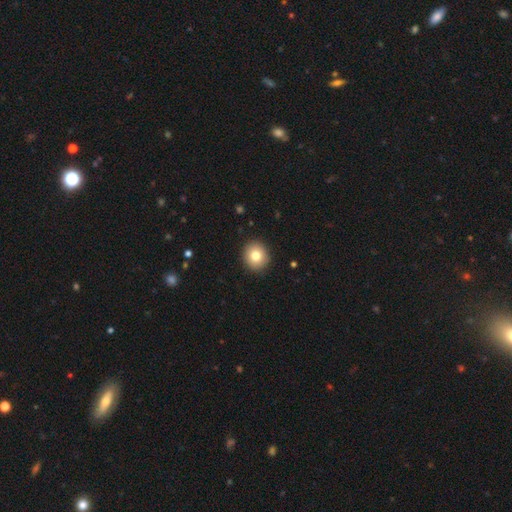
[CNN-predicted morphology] smooth 80%, featured or disk 10%, star or artifact 10%. Down the decision tree: how rounded — round (86%); merging — none (92%).